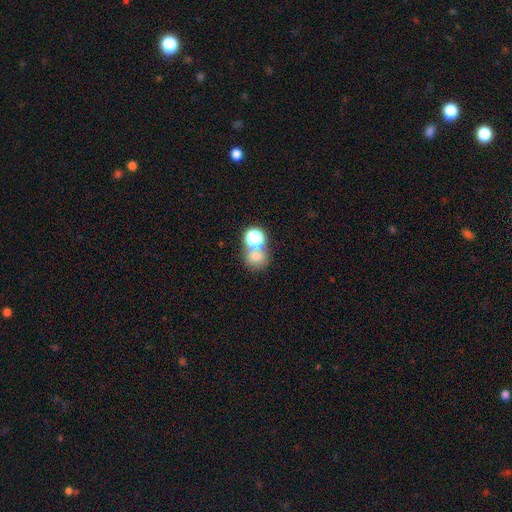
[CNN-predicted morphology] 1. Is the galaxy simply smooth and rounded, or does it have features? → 69% smooth, 20% star or artifact, 10% featured or disk.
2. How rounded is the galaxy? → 76% round, 23% in between, 1% cigar-shaped.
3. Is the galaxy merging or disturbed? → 49% none, 37% merger, 9% minor disturbance, 5% major disturbance.